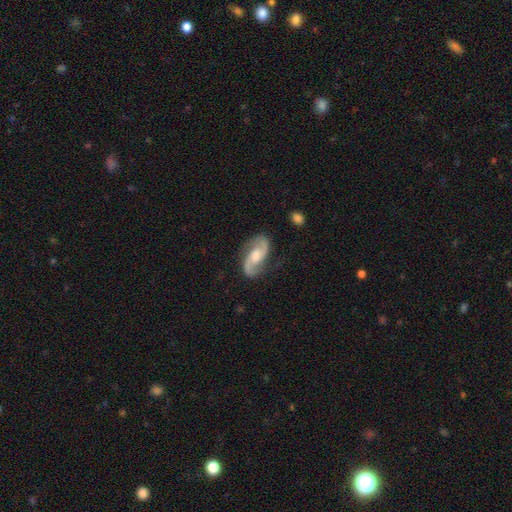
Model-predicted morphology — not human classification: A featured or disk galaxy (89%) with no bar (46%), 2 (94%) medium (53%) spiral arms (97%) and a moderate central bulge (60%). Merging: none (80%).